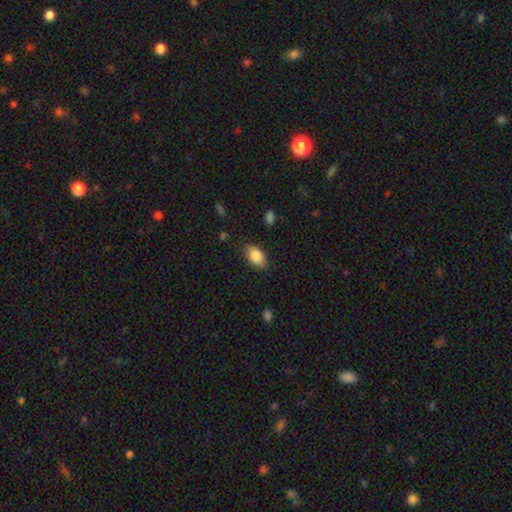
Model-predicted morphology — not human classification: Q: Smooth or featured?
A: smooth (85%); runner-up: featured or disk (8%)
Q: How rounded?
A: in between (91%); runner-up: round (7%)
Q: Merging?
A: none (84%); runner-up: minor disturbance (12%)